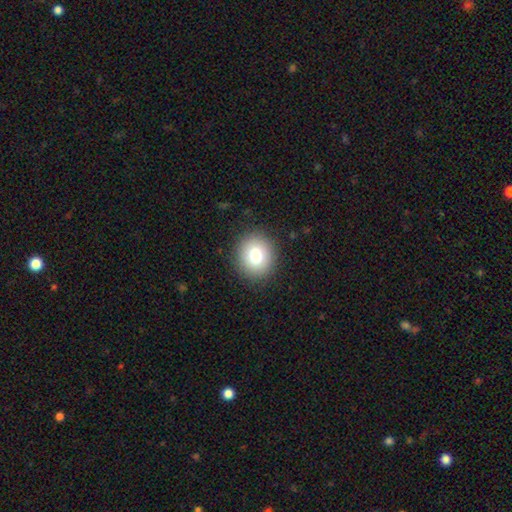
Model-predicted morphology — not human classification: Q: Smooth or featured?
A: smooth (78%); runner-up: featured or disk (11%)
Q: How rounded?
A: round (80%); runner-up: in between (19%)
Q: Merging?
A: none (89%); runner-up: minor disturbance (7%)